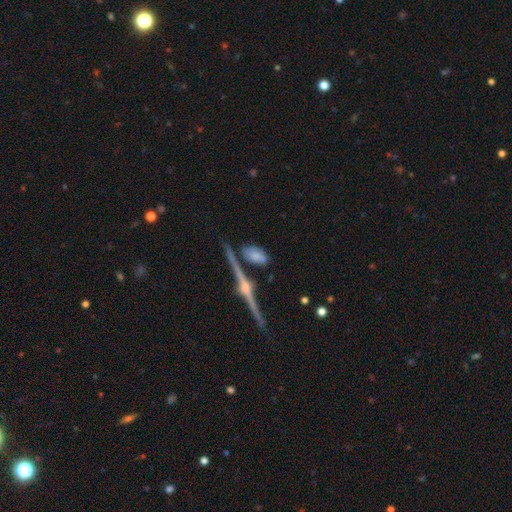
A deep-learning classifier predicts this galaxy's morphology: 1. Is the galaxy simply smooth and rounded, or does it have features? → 48% smooth, 42% featured or disk, 10% star or artifact.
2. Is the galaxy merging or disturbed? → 63% none, 20% minor disturbance, 11% merger, 6% major disturbance.